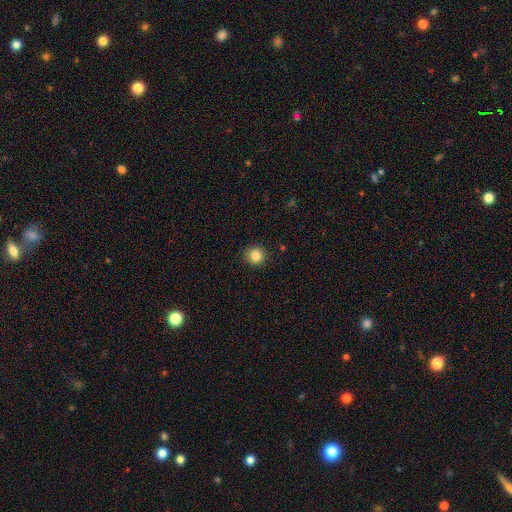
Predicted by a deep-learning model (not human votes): This is clearly a smooth galaxy (84%). How rounded: clearly round (92%). Merging: clearly none (91%).